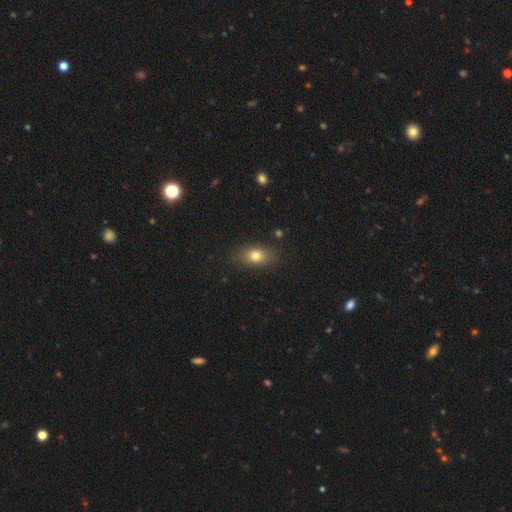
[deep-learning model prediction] A smooth galaxy with no disk features (76%) that is in between round and cigar-shaped (76%).

Vote fractions:
- Smooth or featured? smooth: 76% / featured or disk: 13% / star or artifact: 11%
- How rounded? in between: 76% / round: 18% / cigar-shaped: 6%
- Merging? none: 84% / minor disturbance: 12% / major disturbance: 3% / merger: 2%